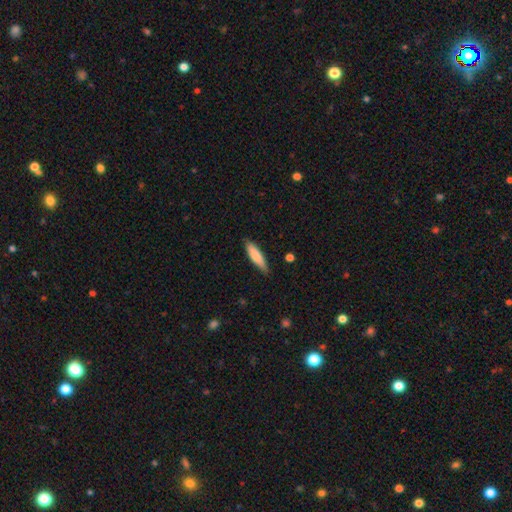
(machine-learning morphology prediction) Q: Smooth or featured?
A: smooth (79%); runner-up: featured or disk (15%)
Q: How rounded?
A: cigar-shaped (68%); runner-up: in between (31%)
Q: Merging?
A: none (81%); runner-up: minor disturbance (16%)